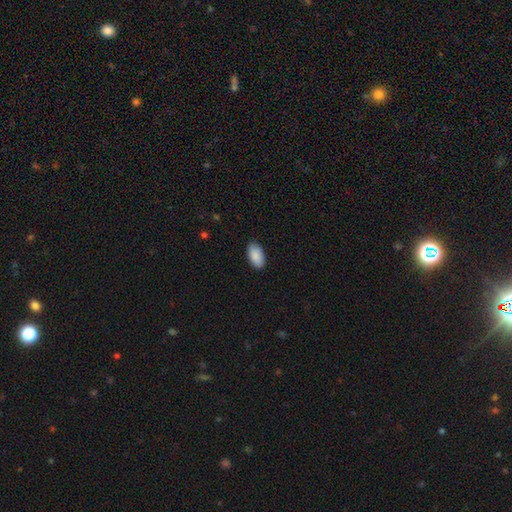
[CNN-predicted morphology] The model was most divided on "merging": none: 88%, minor disturbance: 9%, major disturbance: 2%, merger: 1%. More confident: how rounded — in between (95%); smooth or featured — smooth (91%).